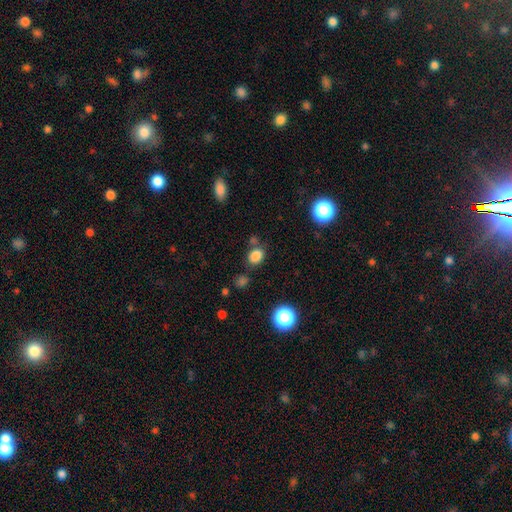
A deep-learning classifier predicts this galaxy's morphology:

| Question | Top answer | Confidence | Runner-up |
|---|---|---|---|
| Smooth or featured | smooth | 82% | star or artifact (14%) |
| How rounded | in between | 54% | round (45%) |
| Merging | none | 71% | minor disturbance (14%) |